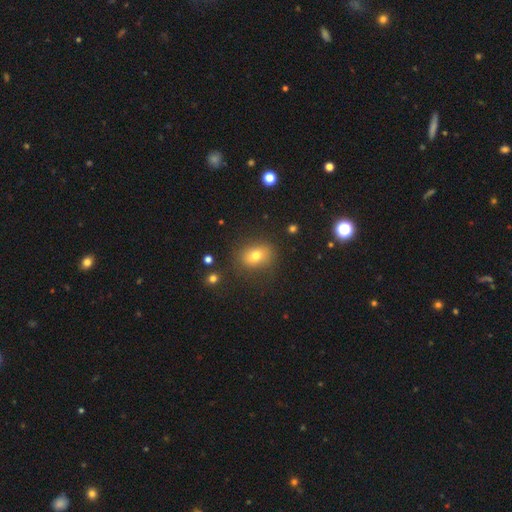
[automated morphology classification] Smooth or featured? Predicted: smooth (p=0.73). How rounded? Predicted: in between (p=0.59). Merging? Predicted: none (p=0.80).